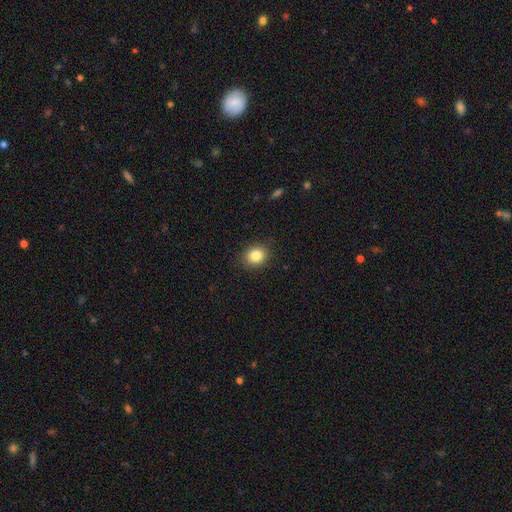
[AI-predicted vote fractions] A smooth galaxy with no disk features (84%) that is round (68%). Merging: none (88%).